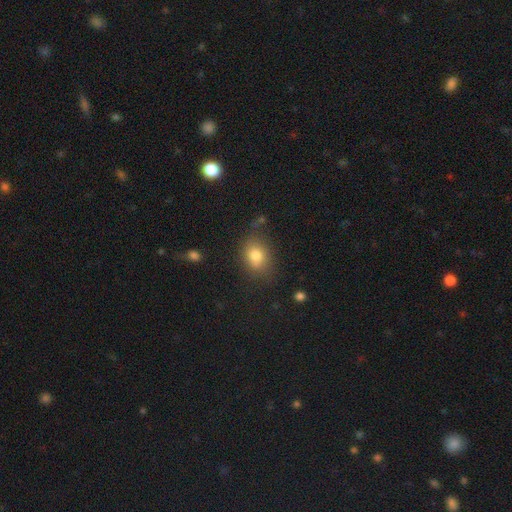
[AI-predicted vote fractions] Smooth or featured: smooth — 80% (star or artifact — 11%)
How rounded: in between — 61% (round — 38%)
Merging: none — 70% (minor disturbance — 20%)